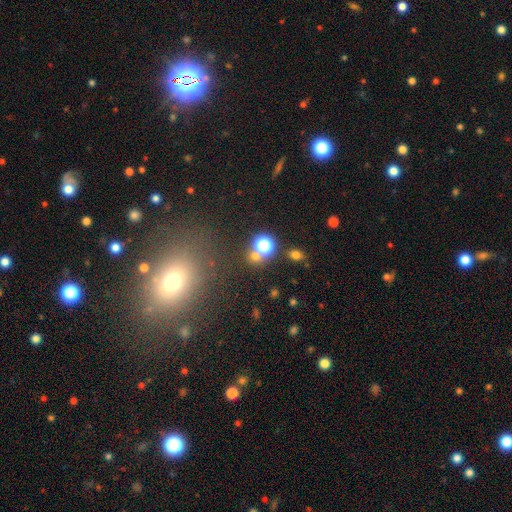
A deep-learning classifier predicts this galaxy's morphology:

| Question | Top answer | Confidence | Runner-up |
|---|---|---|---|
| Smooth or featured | smooth | 60% | star or artifact (31%) |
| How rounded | round | 81% | in between (17%) |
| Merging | none | 65% | merger (21%) |